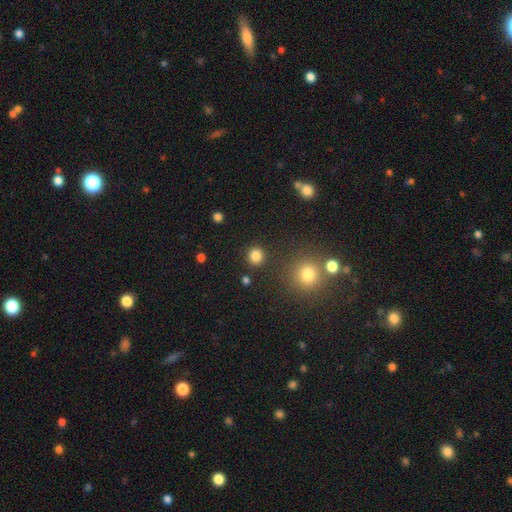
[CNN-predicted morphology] Smooth or featured: smooth — 83% (star or artifact — 13%)
How rounded: round — 89% (in between — 10%)
Merging: none — 89% (minor disturbance — 6%)